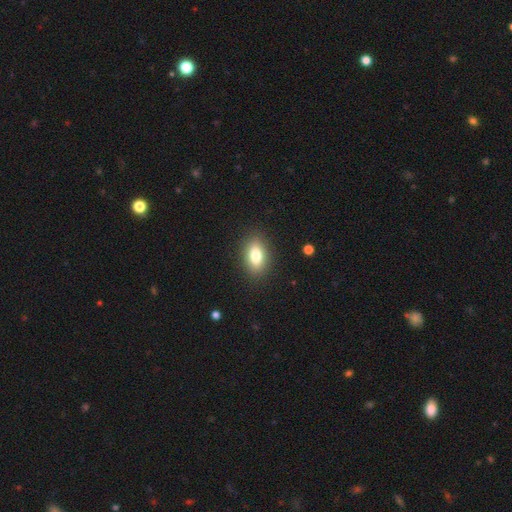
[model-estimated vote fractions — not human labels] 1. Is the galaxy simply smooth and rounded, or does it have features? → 78% smooth, 13% featured or disk, 9% star or artifact.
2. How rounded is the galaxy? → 85% in between, 10% round, 5% cigar-shaped.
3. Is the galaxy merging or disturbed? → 88% none, 8% minor disturbance, 3% major disturbance, 1% merger.